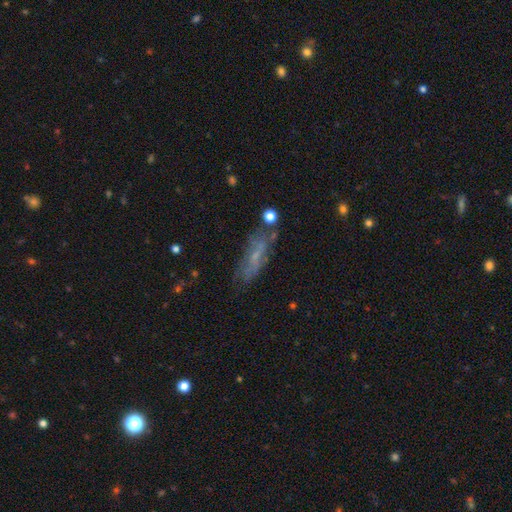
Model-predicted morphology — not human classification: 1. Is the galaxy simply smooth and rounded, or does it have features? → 44% featured or disk, 43% smooth, 13% star or artifact.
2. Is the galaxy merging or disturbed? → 62% none, 21% minor disturbance, 10% major disturbance, 7% merger.